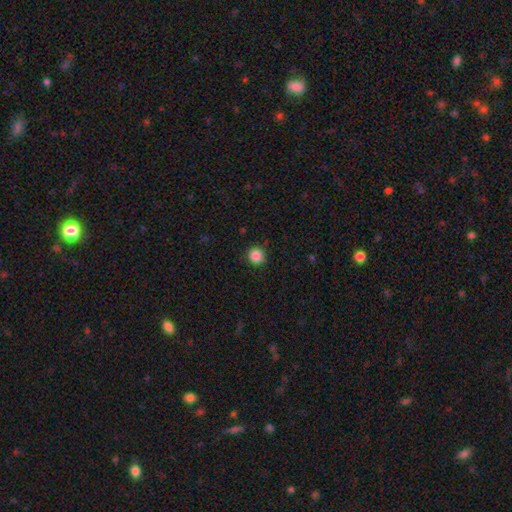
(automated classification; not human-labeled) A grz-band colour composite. It shows a smooth galaxy with no disk features (87%) that is round (95%). Merging: none (91%).